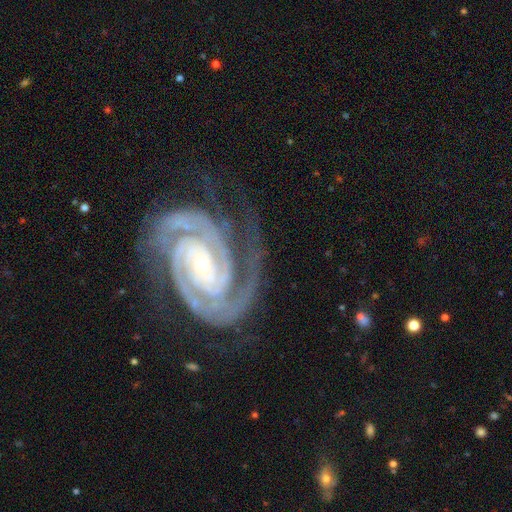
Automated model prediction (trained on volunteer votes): Smooth or featured: featured or disk — 93% (star or artifact — 4%)
Edge-on disk: no — 97% (yes — 3%)
Bar: no — 51% (weak — 26%)
Spiral arms: yes — 99% (no — 1%)
Spiral winding: tight — 79% (medium — 18%)
Spiral arm count: 2 — 73% (3 — 13%)
Bulge size: small — 72% (moderate — 25%)
Merging: none — 73% (minor disturbance — 17%)